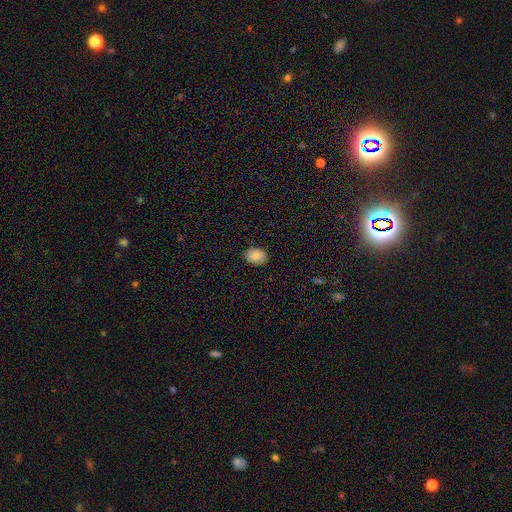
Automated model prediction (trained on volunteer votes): A smooth galaxy with no disk features (81%) that is in between round and cigar-shaped (62%). Merging: none (85%).